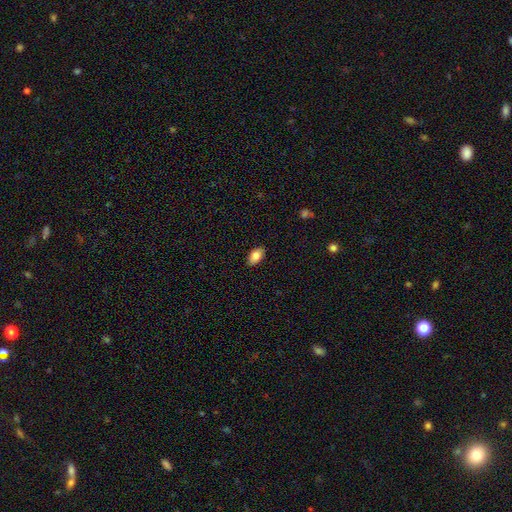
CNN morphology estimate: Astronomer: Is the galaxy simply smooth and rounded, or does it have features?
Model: smooth — 84%.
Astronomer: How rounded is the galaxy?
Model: in between — 93%.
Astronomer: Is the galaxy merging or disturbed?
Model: none — 88%.